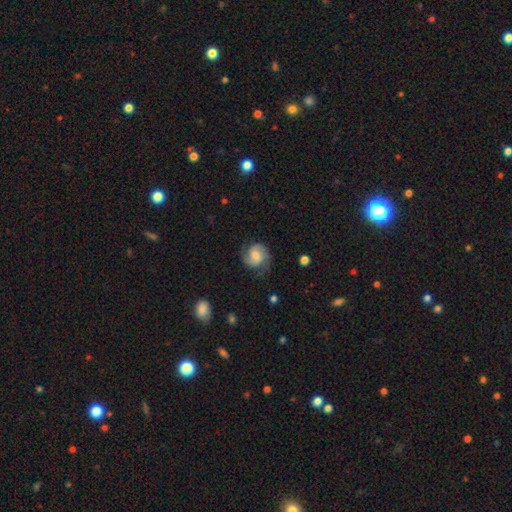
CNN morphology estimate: type=featured or disk (60%); edge-on=no (98%); bar=no (54%); spiral arms=yes (92%); winding=medium (46%); arm count=2 (83%); bulge=moderate (46%); merging=none (70%).